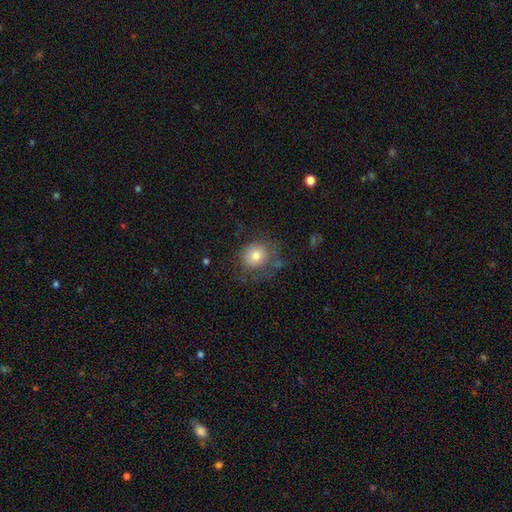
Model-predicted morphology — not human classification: The model was most divided on "merging": none: 55%, minor disturbance: 23%, major disturbance: 19%, merger: 2%. More confident: how rounded — round (81%); smooth or featured — smooth (73%).